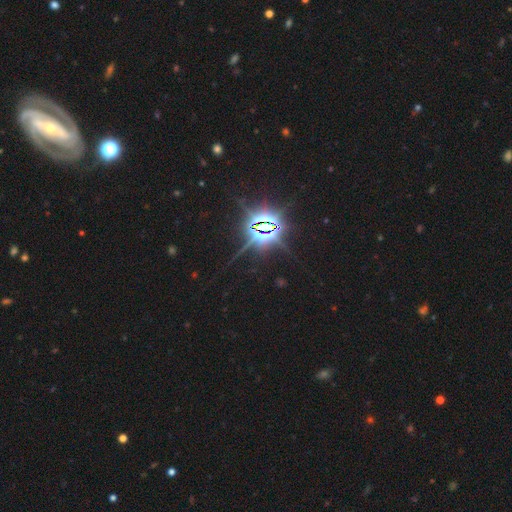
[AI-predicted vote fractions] star or artifact 87%, featured or disk 7%, smooth 7%.